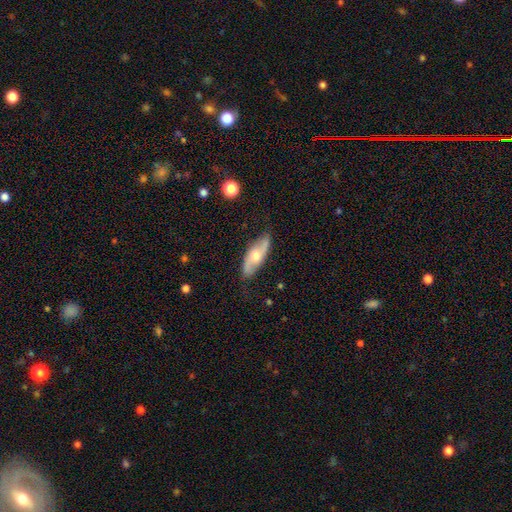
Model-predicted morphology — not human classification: The model was most divided on "smooth or featured": featured or disk: 62%, smooth: 32%, star or artifact: 5%. More confident: merging — none (79%); edge-on disk — no (78%).